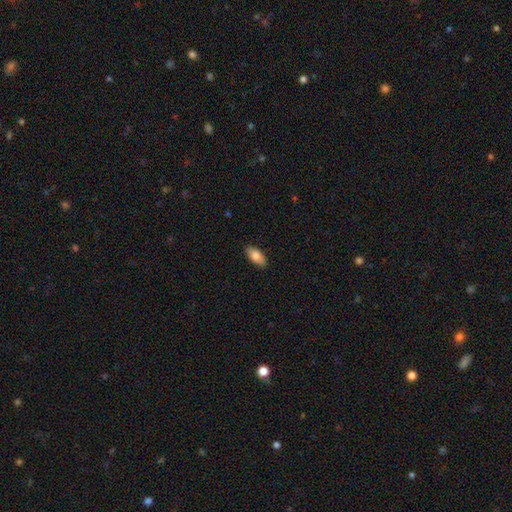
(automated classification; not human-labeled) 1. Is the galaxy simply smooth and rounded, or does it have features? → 83% smooth, 11% featured or disk, 6% star or artifact.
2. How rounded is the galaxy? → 88% in between, 9% cigar-shaped, 2% round.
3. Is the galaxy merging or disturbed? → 88% none, 9% minor disturbance, 2% major disturbance, 1% merger.